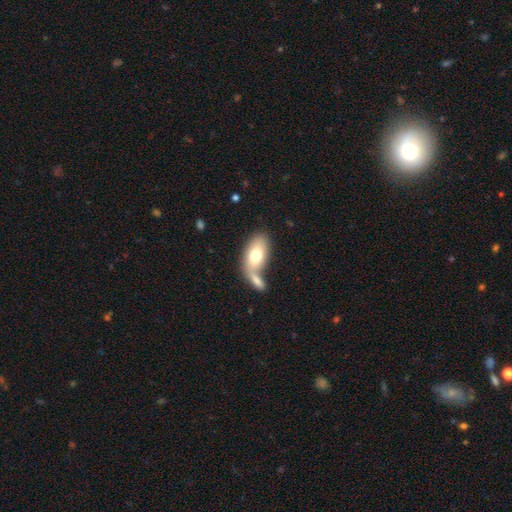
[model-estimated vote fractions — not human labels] Smooth or featured? Predicted: smooth (p=0.71). How rounded? Predicted: in between (p=0.91). Merging? Predicted: merger (p=0.45).